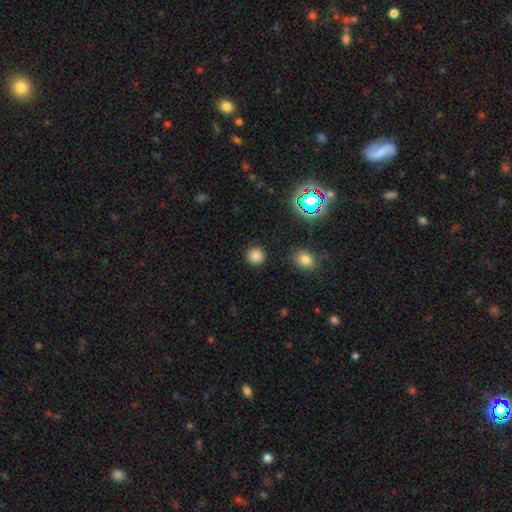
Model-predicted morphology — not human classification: type=smooth (82%); roundness=round (93%); merging=none (90%).